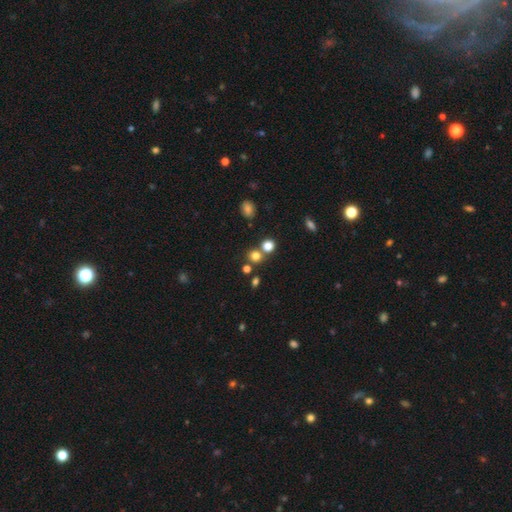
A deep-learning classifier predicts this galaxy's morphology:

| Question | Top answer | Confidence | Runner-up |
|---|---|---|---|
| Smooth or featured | smooth | 74% | star or artifact (18%) |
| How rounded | round | 86% | in between (13%) |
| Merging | none | 64% | merger (25%) |